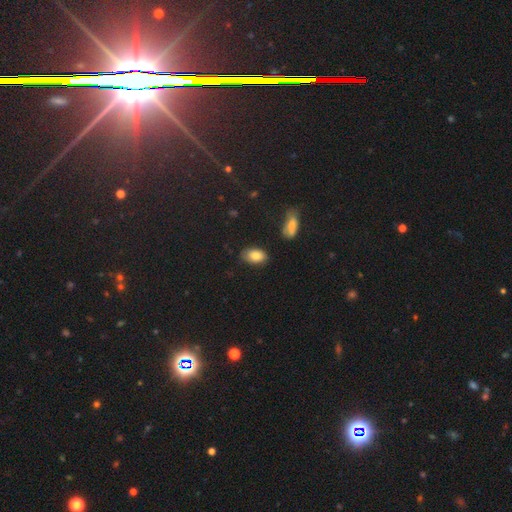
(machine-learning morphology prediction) Smooth or featured? smooth (83%)
How rounded? in between (92%)
Merging? none (79%)